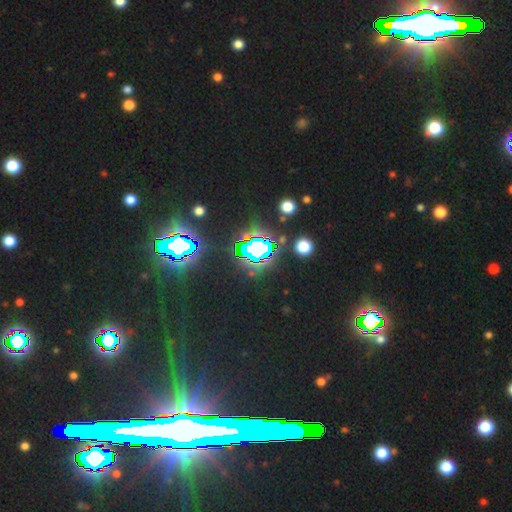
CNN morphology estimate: Smooth or featured? star or artifact (80%)